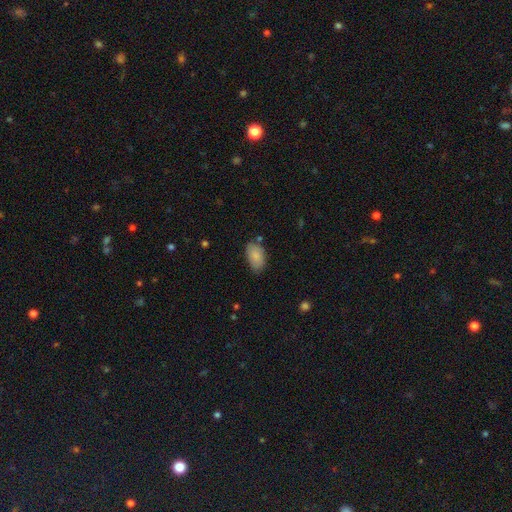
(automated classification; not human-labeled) smooth-or-featured: smooth: 84% | featured or disk: 10% | star or artifact: 7%
  how-rounded: in between: 93% | round: 5% | cigar-shaped: 2%
  merging: none: 71% | minor disturbance: 22% | major disturbance: 4% | merger: 3%